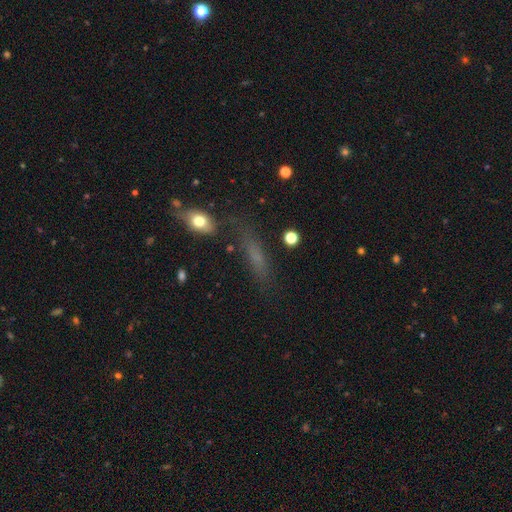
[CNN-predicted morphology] Smooth or featured: smooth — 56% (featured or disk — 25%)
How rounded: cigar-shaped — 67% (in between — 27%)
Merging: none — 69% (minor disturbance — 18%)